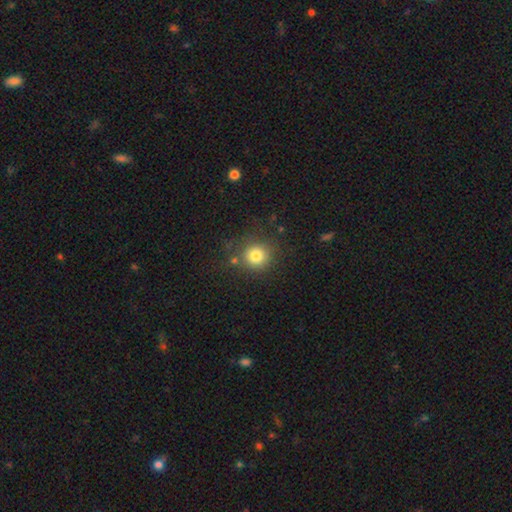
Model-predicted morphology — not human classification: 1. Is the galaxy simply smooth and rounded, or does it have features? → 80% smooth, 12% star or artifact, 7% featured or disk.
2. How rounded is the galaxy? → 91% round, 8% in between, 1% cigar-shaped.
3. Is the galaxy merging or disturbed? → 78% none, 11% minor disturbance, 5% merger, 5% major disturbance.